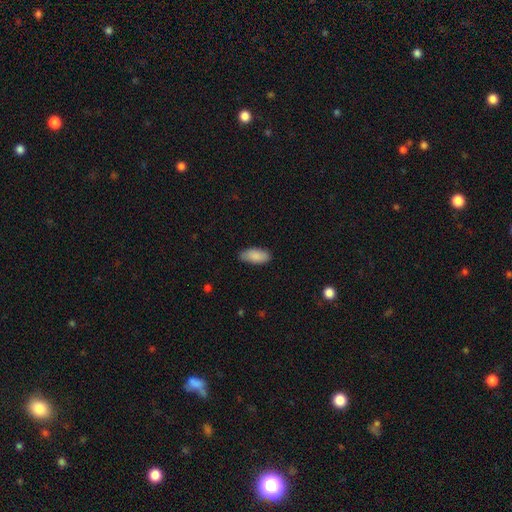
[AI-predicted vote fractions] Smooth or featured? Predicted: smooth (p=0.88). How rounded? Predicted: in between (p=0.88). Merging? Predicted: none (p=0.83).